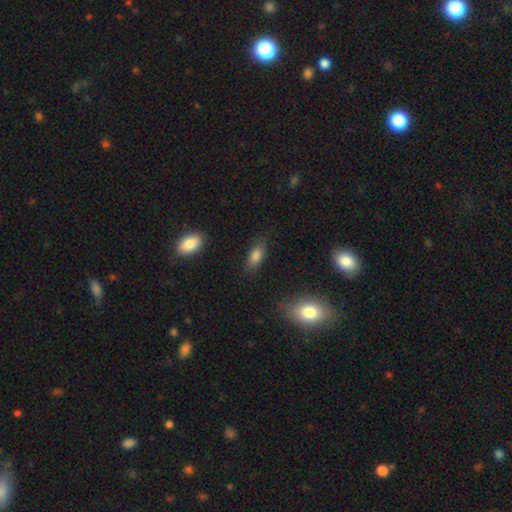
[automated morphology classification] Q: Smooth or featured?
A: smooth (82%); runner-up: featured or disk (9%)
Q: How rounded?
A: in between (82%); runner-up: cigar-shaped (14%)
Q: Merging?
A: none (80%); runner-up: minor disturbance (14%)